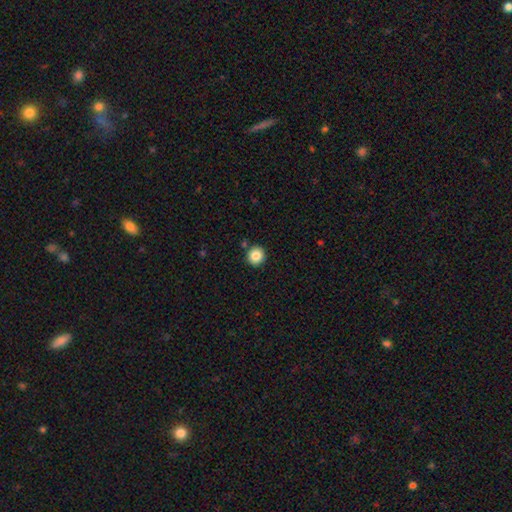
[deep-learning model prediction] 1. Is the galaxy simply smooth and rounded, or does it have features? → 85% smooth, 10% star or artifact, 5% featured or disk.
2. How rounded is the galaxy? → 92% round, 7% in between, 1% cigar-shaped.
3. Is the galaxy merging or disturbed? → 88% none, 7% minor disturbance, 4% merger, 2% major disturbance.